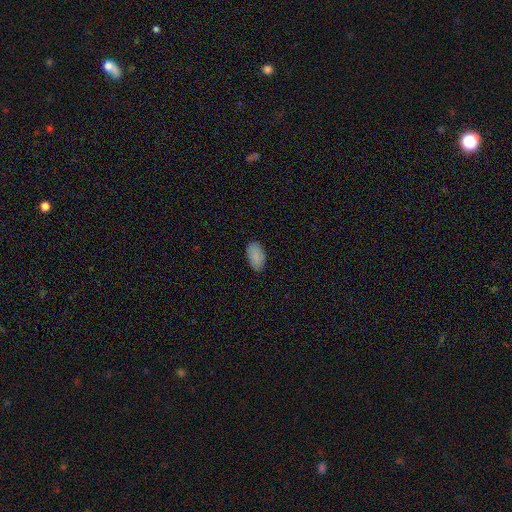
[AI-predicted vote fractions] The model was most divided on "merging": none: 85%, minor disturbance: 12%, major disturbance: 2%, merger: 1%. More confident: how rounded — in between (95%); smooth or featured — smooth (88%).